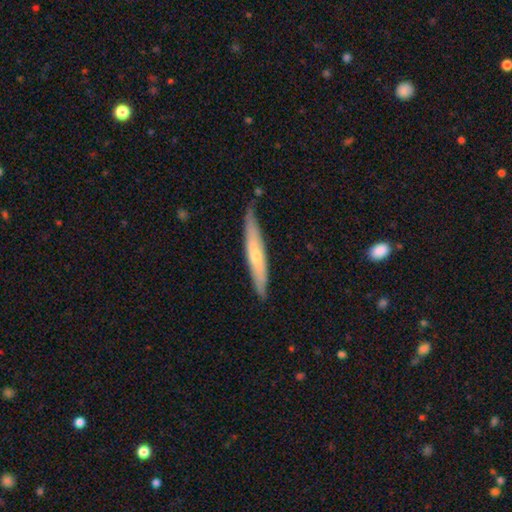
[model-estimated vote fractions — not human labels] smooth_or_featured: featured or disk (p=0.50) [alt: smooth p=0.45]
merging: none (p=0.78) [alt: minor disturbance p=0.17]